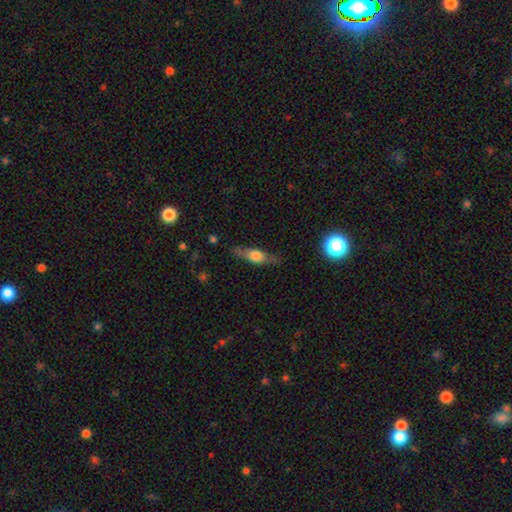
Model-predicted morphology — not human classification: Smooth or featured?
  - featured or disk: 48% *
  - smooth: 45%
  - star or artifact: 7%
Merging?
  - none: 78% *
  - minor disturbance: 16%
  - major disturbance: 5%
  - merger: 2%